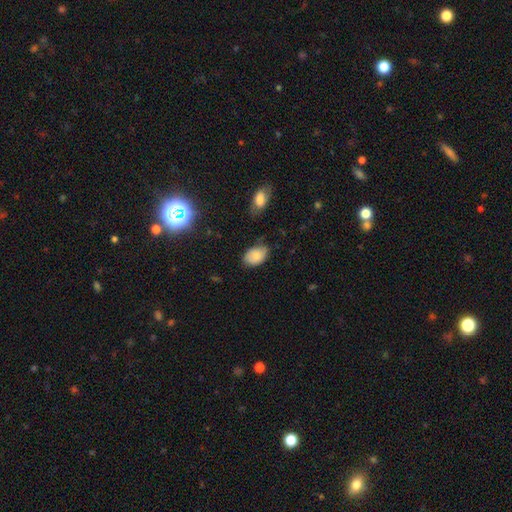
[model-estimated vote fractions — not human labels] This is likely a smooth galaxy (79%). How rounded: clearly in between (85%). Merging: likely none (66%).